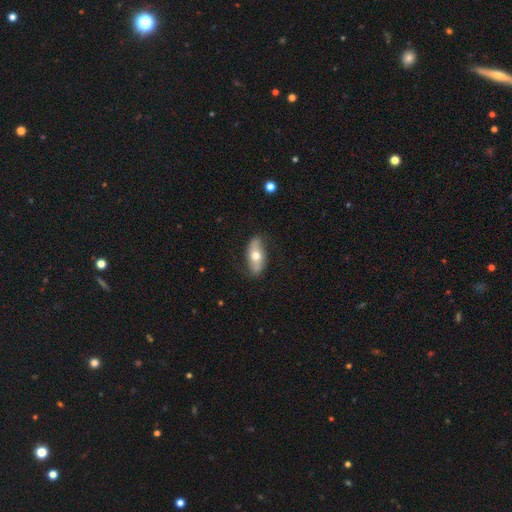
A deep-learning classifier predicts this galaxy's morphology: A smooth galaxy with no disk features (53%) that is in between round and cigar-shaped (86%).

Vote fractions:
- Smooth or featured? smooth: 53% / featured or disk: 41% / star or artifact: 6%
- How rounded? in between: 86% / cigar-shaped: 10% / round: 4%
- Merging? none: 81% / minor disturbance: 14% / major disturbance: 3% / merger: 1%